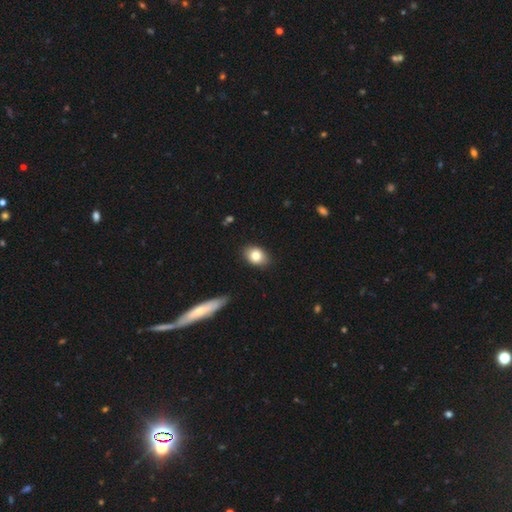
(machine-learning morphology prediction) Overall: smooth (82%). How rounded: in between (72%). Merging: none (85%).